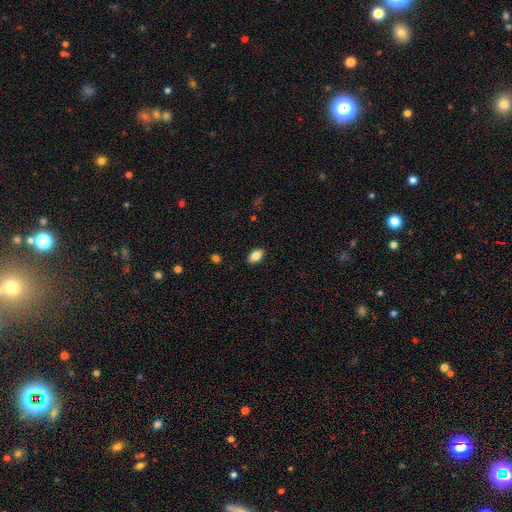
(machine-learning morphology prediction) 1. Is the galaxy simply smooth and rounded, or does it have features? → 84% smooth, 9% featured or disk, 8% star or artifact.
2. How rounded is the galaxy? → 92% in between, 5% round, 4% cigar-shaped.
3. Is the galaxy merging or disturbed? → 88% none, 9% minor disturbance, 2% major disturbance, 1% merger.